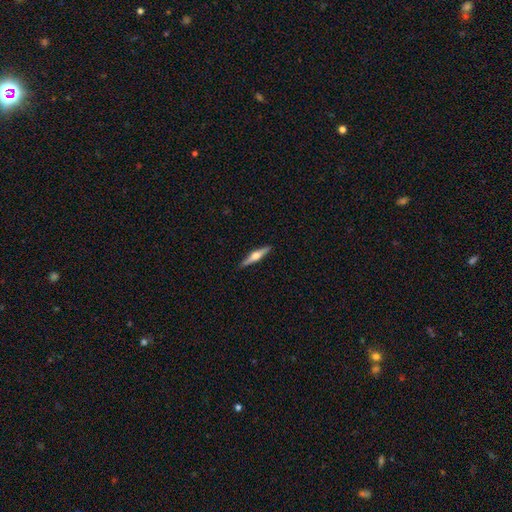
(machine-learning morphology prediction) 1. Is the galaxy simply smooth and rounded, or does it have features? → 68% featured or disk, 27% smooth, 5% star or artifact.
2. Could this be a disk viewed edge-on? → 97% yes, 3% no.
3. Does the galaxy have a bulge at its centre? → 94% rounded, 4% boxy, 2% none.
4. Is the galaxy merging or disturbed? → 91% none, 7% minor disturbance, 1% major disturbance, 1% merger.